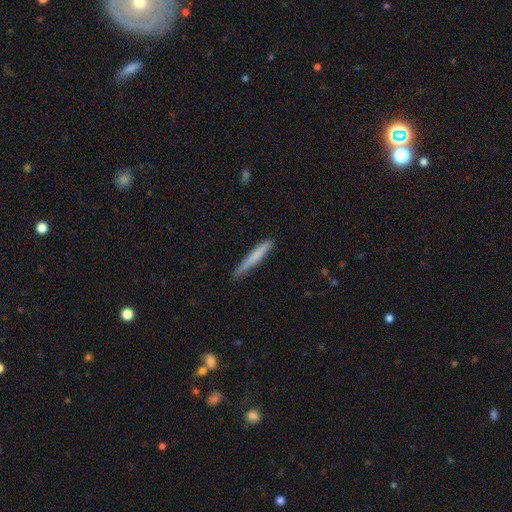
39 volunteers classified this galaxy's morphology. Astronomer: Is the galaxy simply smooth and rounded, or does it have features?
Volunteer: smooth — 59%.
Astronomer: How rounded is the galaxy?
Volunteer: cigar-shaped — 91%.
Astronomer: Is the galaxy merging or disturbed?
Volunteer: none — 81%.